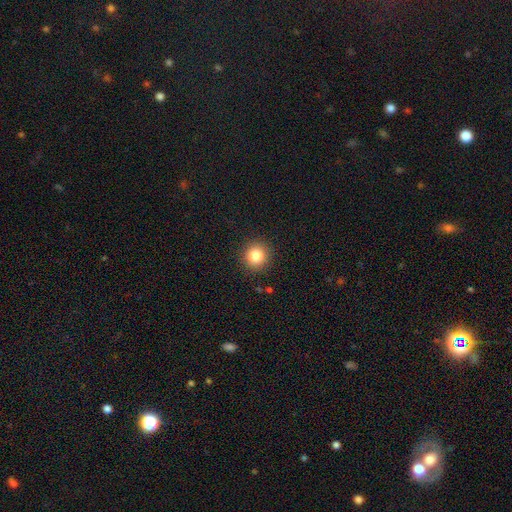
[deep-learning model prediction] smooth-or-featured: smooth: 83% | star or artifact: 11% | featured or disk: 6%
  how-rounded: round: 92% | in between: 7% | cigar-shaped: 1%
  merging: none: 90% | minor disturbance: 6% | major disturbance: 2% | merger: 1%